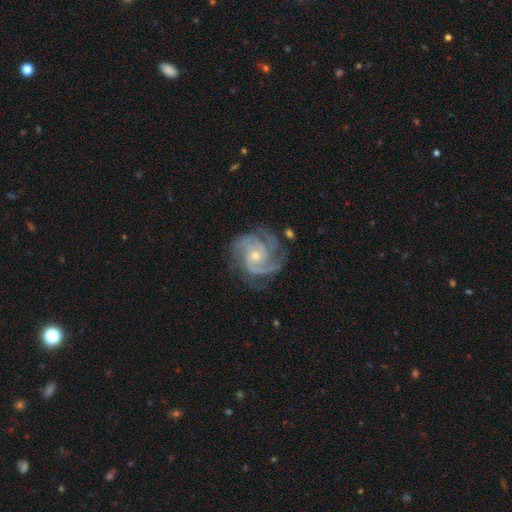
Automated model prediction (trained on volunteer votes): This is clearly a featured or disk galaxy (92%). It is clearly not viewed edge-on (98%). Bar: likely no (69%). Spiral arm pattern: clearly yes (98%). Spiral arm count: possibly 3 (52%). Spiral winding: possibly tight (56%). Central bulge: likely small (61%). Merging: likely none (73%).